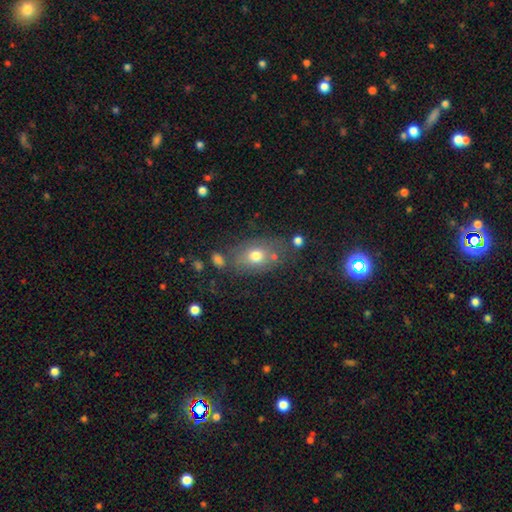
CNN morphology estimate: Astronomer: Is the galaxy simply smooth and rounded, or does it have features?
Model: smooth — 72%.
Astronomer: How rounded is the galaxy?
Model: in between — 69%.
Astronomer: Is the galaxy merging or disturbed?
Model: none — 64%.